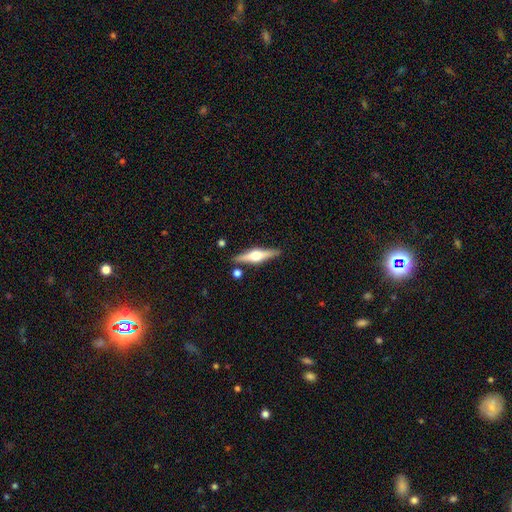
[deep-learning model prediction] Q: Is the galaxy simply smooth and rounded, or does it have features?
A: featured or disk — 73%.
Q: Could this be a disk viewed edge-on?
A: yes — 97%.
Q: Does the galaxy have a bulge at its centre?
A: rounded — 94%.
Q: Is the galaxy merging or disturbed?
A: none — 86%.